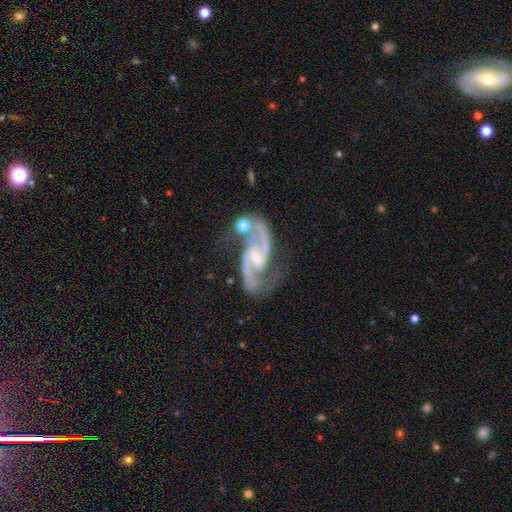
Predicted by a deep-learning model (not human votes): Overall: featured or disk (92%). Edge-on disk: no (97%). Bar: weak (47%; no 32%). Spiral arms: yes (98%). Spiral arm count: 2 (94%). Spiral winding: medium (57%; loose 30%). Bulge size: small (60%; moderate 30%). Merging: none (58%; minor disturbance 18%).